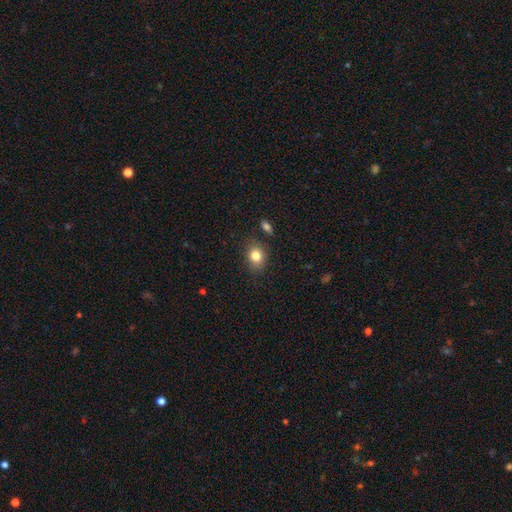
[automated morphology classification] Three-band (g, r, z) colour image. It shows a smooth galaxy with no disk features (82%) that is in between round and cigar-shaped (54%). Merging: none (80%).